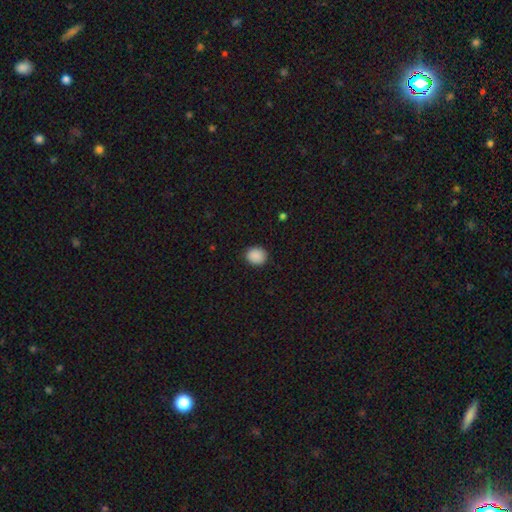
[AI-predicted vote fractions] Morphology: type=smooth (90%); roundness=round (73%); merging=none (90%).